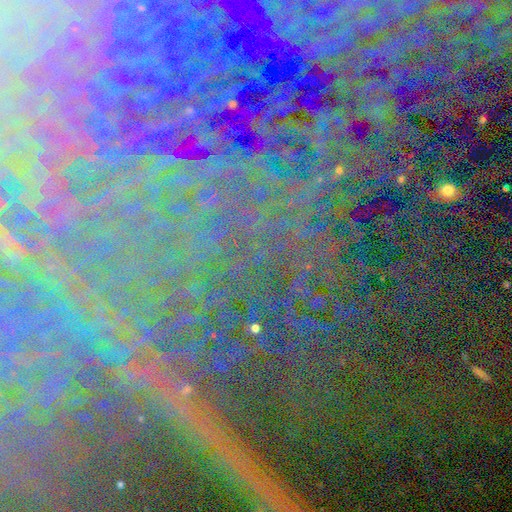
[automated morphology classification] This is clearly a star or artifact rather than a galaxy (85%).